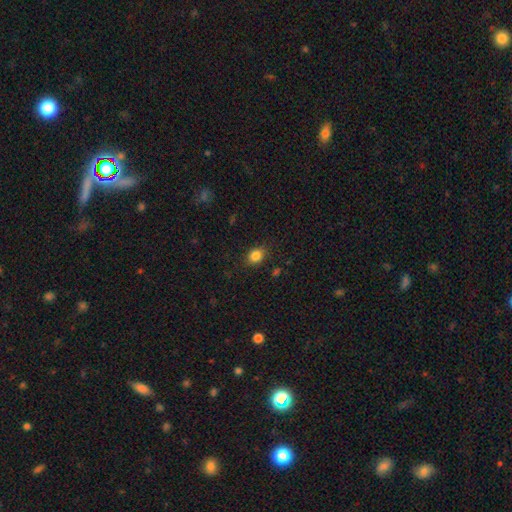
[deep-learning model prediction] smooth 84%, star or artifact 11%, featured or disk 5%. Down the decision tree: how rounded — in between (51%); merging — none (83%).